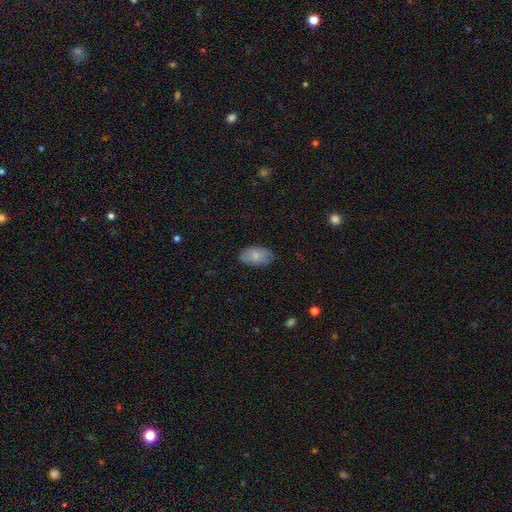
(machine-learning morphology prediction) This appears to be a smooth galaxy with no disk features (80%) that is in between round and cigar-shaped (94%). Merging: none (82%).